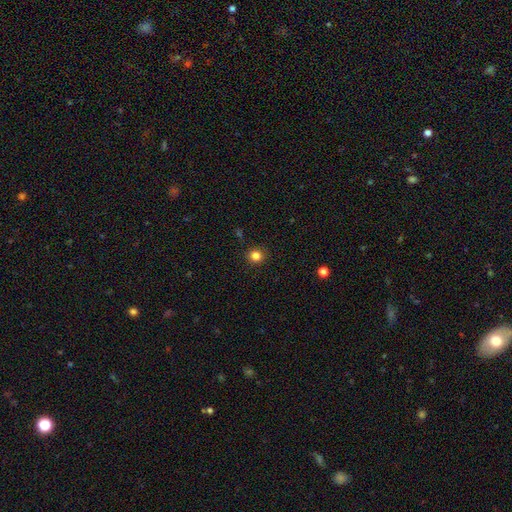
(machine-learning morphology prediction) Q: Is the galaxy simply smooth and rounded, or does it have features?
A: smooth — 83%.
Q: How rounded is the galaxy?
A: round — 91%.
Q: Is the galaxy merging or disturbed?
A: none — 91%.